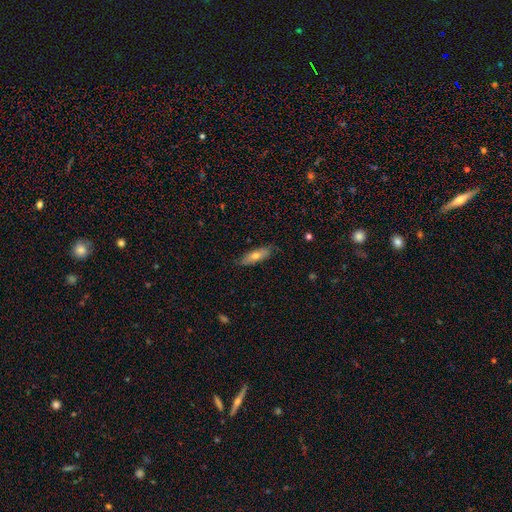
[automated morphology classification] smooth 63%, featured or disk 31%, star or artifact 6%. Down the decision tree: how rounded — cigar-shaped (51%); merging — none (82%).